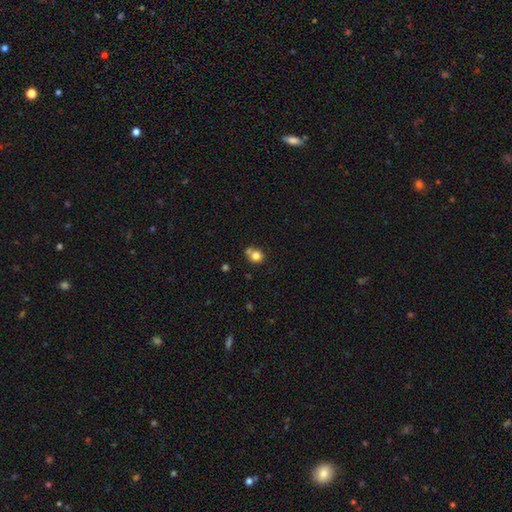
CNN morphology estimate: smooth_or_featured: smooth (p=0.80) [alt: star or artifact p=0.11]
how_rounded: round (p=0.79) [alt: in between p=0.20]
merging: none (p=0.51) [alt: merger p=0.28]